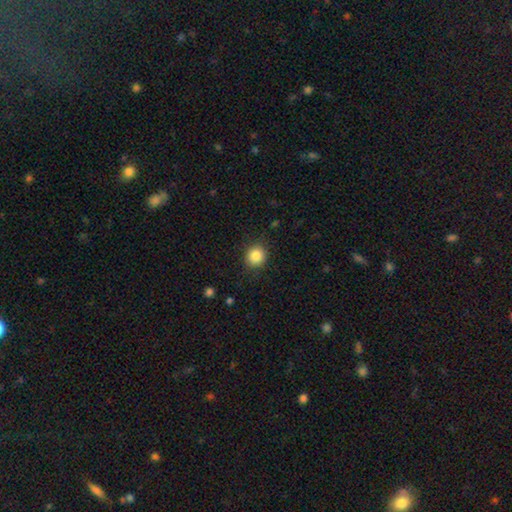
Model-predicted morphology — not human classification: smooth 86%, star or artifact 10%, featured or disk 4%. Down the decision tree: how rounded — round (84%); merging — none (87%).